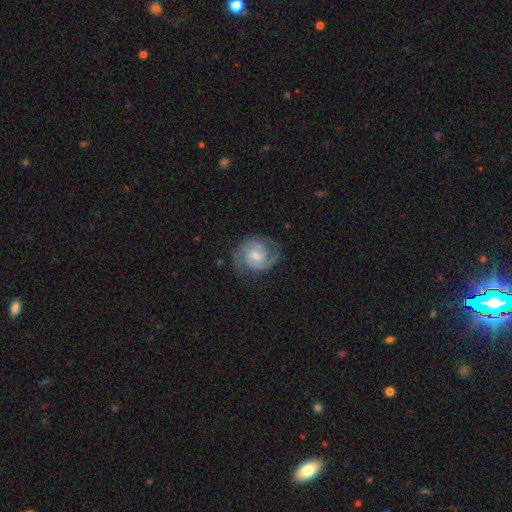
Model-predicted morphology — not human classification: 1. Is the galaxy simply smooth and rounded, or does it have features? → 89% featured or disk, 7% smooth, 4% star or artifact.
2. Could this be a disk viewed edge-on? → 98% no, 2% yes.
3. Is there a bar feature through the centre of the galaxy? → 60% weak, 27% no, 13% strong.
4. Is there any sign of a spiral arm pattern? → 98% yes, 2% no.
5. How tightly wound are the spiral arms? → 50% tight, 43% medium, 7% loose.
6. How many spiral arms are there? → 84% 2, 6% 3, 5% can't tell, 2% 1, 1% 4, 1% more than 4.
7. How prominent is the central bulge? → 45% moderate, 44% small, 7% none, 3% large, 1% dominant.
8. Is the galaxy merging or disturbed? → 77% none, 16% minor disturbance, 6% major disturbance, 1% merger.